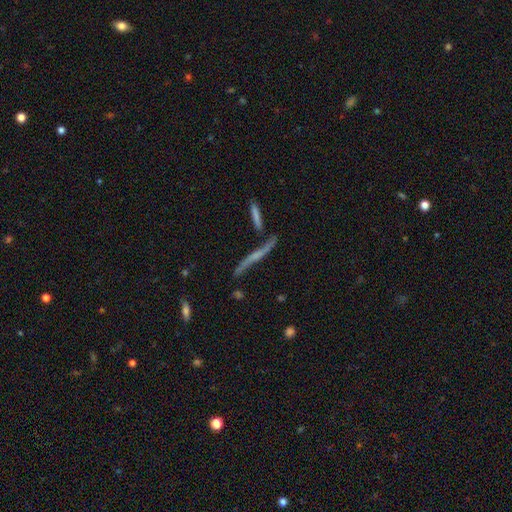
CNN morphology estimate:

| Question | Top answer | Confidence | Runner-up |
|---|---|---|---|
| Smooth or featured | featured or disk | 68% | smooth (22%) |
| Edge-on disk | yes | 82% | no (18%) |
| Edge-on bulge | none | 53% | rounded (36%) |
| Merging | none | 62% | minor disturbance (16%) |